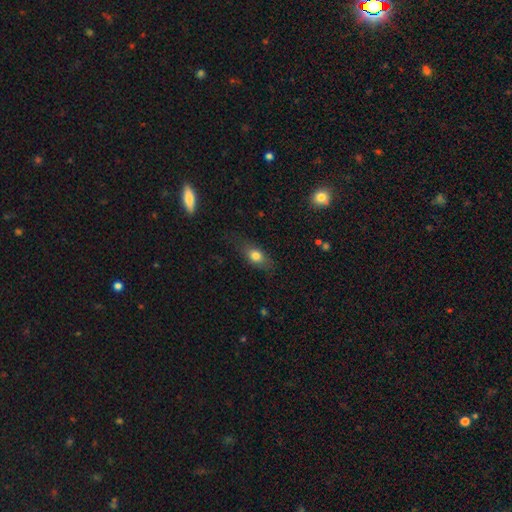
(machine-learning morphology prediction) smooth 76%, featured or disk 15%, star or artifact 9%. Down the decision tree: how rounded — in between (73%); merging — none (72%).